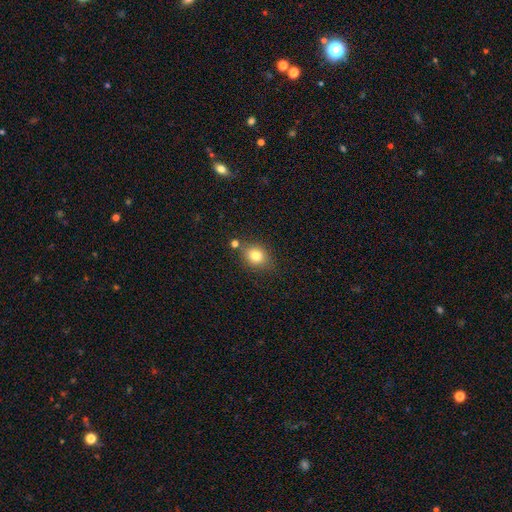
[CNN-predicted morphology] Smooth or featured?
  - smooth: 79% *
  - star or artifact: 11%
  - featured or disk: 10%
How rounded?
  - round: 58% *
  - in between: 40%
  - cigar-shaped: 1%
Merging?
  - none: 71% *
  - minor disturbance: 15%
  - merger: 10%
  - major disturbance: 4%